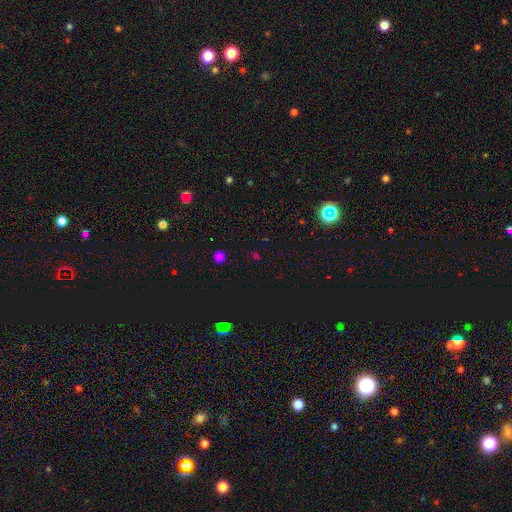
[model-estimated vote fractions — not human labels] Q: Smooth or featured?
A: star or artifact (59%); runner-up: smooth (35%)